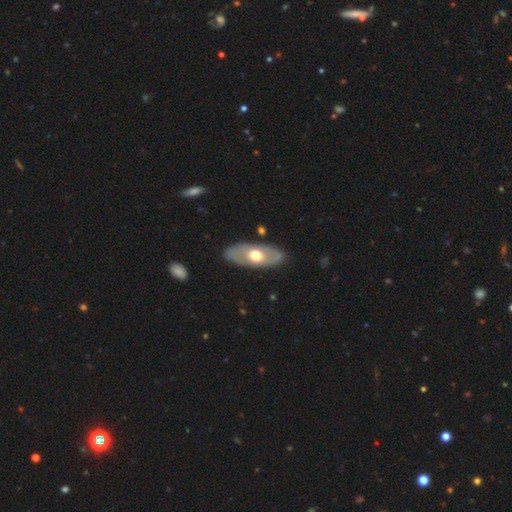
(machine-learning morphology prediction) A featured or disk galaxy (54%). Merging: none (85%).